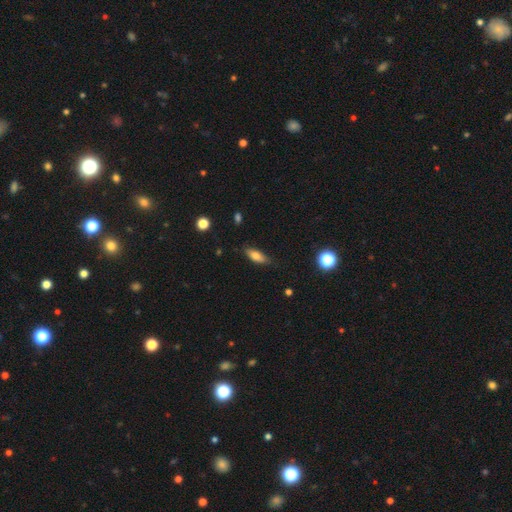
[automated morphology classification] A smooth galaxy with no disk features (76%) that is in between round and cigar-shaped (71%). Merging: none (77%).